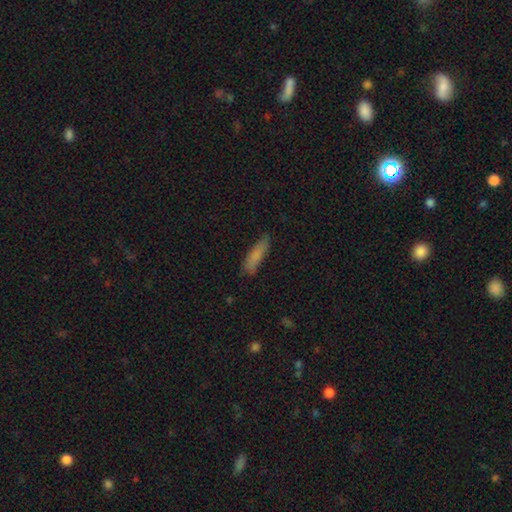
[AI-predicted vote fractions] A smooth galaxy with no disk features (82%) that is cigar-shaped (72%).

Vote fractions:
- Smooth or featured? smooth: 82% / featured or disk: 11% / star or artifact: 7%
- How rounded? cigar-shaped: 72% / in between: 27% / round: 2%
- Merging? none: 77% / minor disturbance: 18% / major disturbance: 3% / merger: 2%